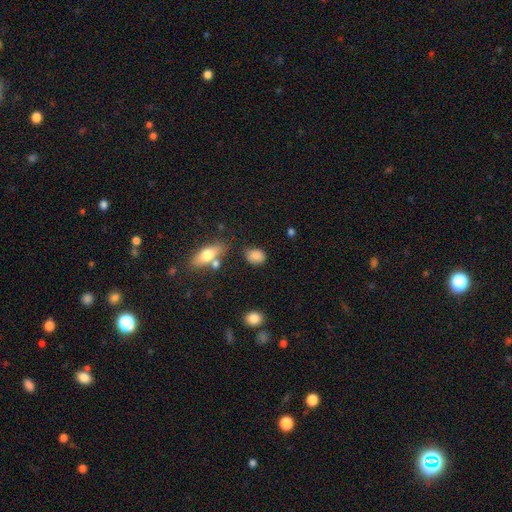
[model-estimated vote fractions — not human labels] Smooth or featured? Predicted: smooth (p=0.85). How rounded? Predicted: in between (p=0.62). Merging? Predicted: none (p=0.68).